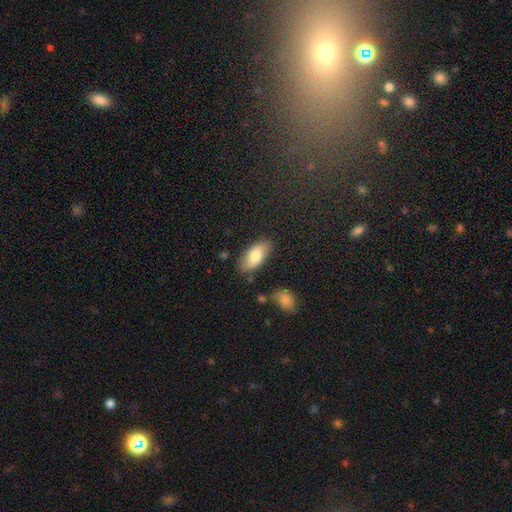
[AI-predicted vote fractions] Smooth or featured?
  - smooth: 76% *
  - featured or disk: 17%
  - star or artifact: 6%
How rounded?
  - in between: 91% *
  - cigar-shaped: 6%
  - round: 3%
Merging?
  - none: 82% *
  - minor disturbance: 13%
  - merger: 3%
  - major disturbance: 3%